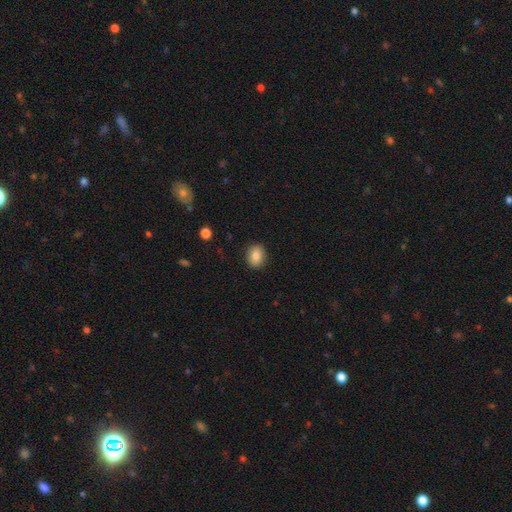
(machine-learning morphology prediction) Q: Smooth or featured?
A: smooth (85%); runner-up: star or artifact (8%)
Q: How rounded?
A: in between (50%); runner-up: round (48%)
Q: Merging?
A: none (89%); runner-up: minor disturbance (8%)